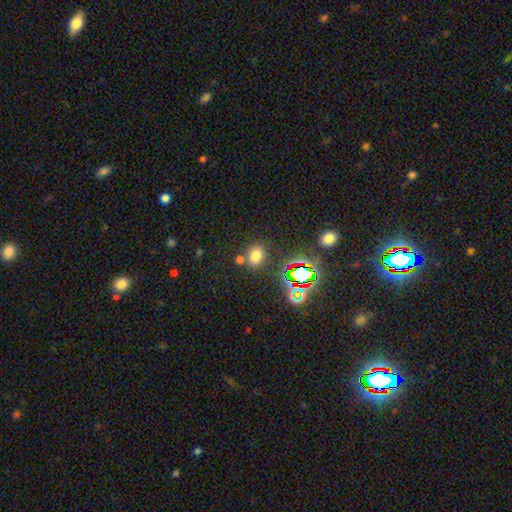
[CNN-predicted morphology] type=smooth (69%); roundness=in between (56%); merging=none (74%).